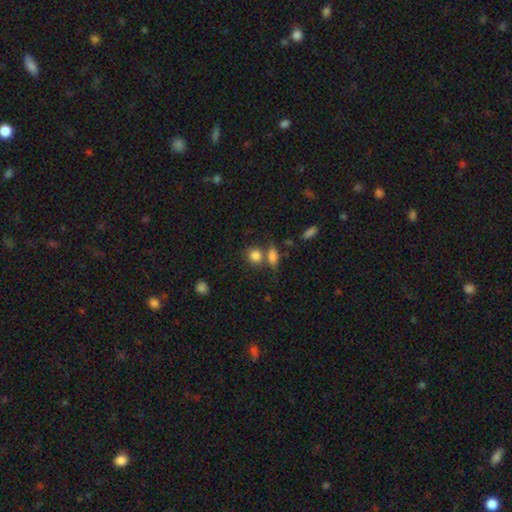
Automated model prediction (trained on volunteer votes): Q: Smooth or featured?
A: smooth (83%); runner-up: star or artifact (10%)
Q: How rounded?
A: round (65%); runner-up: in between (32%)
Q: Merging?
A: none (51%); runner-up: merger (34%)